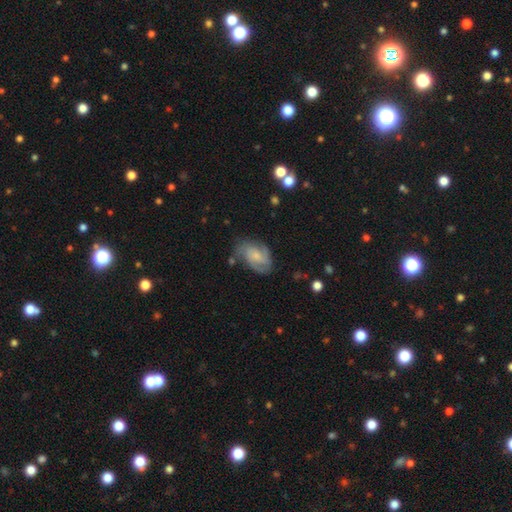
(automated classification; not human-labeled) Smooth or featured: featured or disk — 61% (smooth — 32%)
Edge-on disk: no — 97% (yes — 3%)
Bar: no — 61% (weak — 33%)
Spiral arms: yes — 88% (no — 12%)
Spiral winding: medium — 44% (tight — 39%)
Spiral arm count: 2 — 37% (3 — 26%)
Bulge size: small — 44% (moderate — 31%)
Merging: none — 60% (minor disturbance — 25%)